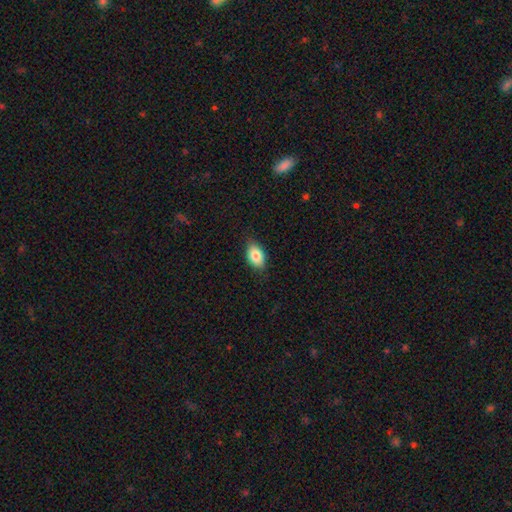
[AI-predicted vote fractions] The model was most divided on "merging": none: 83%, minor disturbance: 14%, major disturbance: 2%, merger: 1%. More confident: how rounded — in between (87%); smooth or featured — smooth (83%).